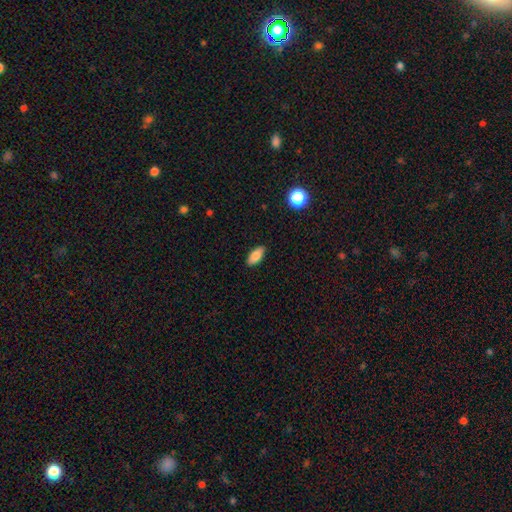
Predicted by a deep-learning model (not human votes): This is clearly a smooth galaxy (84%). How rounded: clearly in between (88%). Merging: clearly none (88%).